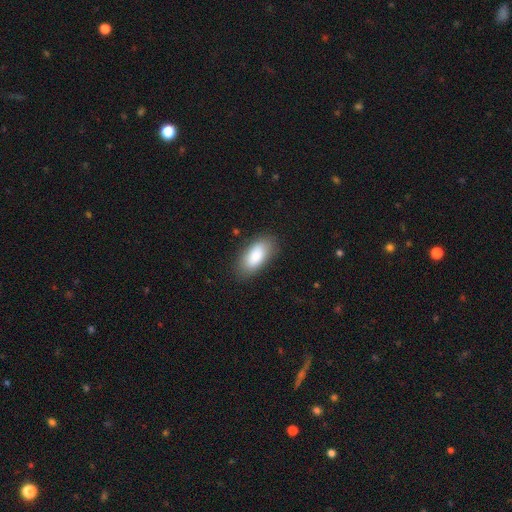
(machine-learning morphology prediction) Smooth or featured: smooth — 86% (featured or disk — 8%)
How rounded: in between — 91% (cigar-shaped — 7%)
Merging: none — 84% (minor disturbance — 12%)